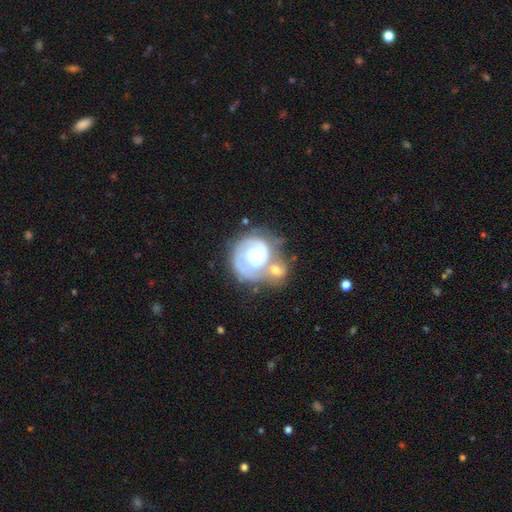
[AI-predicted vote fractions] The model was most divided on "bulge size": large: 34%, moderate: 27%, none: 17%, small: 14%, dominant: 8%. Remaining: edge-on disk — no (98%); spiral arms — yes (75%); bar — no (69%); smooth or featured — featured or disk (69%); spiral winding — tight (56%); spiral arm count — 1 (51%); merging — merger (36%).